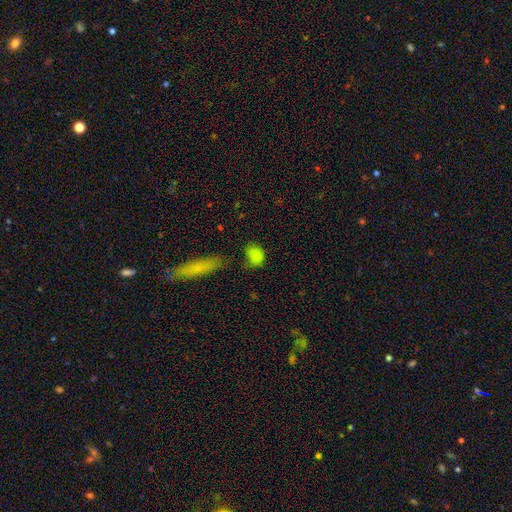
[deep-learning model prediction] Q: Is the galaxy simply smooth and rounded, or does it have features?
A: smooth — 82%.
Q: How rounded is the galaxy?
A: in between — 61%.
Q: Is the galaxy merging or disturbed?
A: none — 59%.